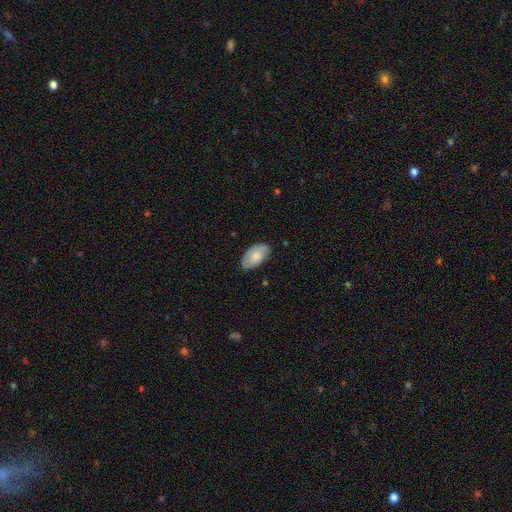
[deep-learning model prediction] Smooth or featured: smooth — 74% (featured or disk — 20%)
How rounded: in between — 95% (round — 4%)
Merging: none — 74% (minor disturbance — 21%)